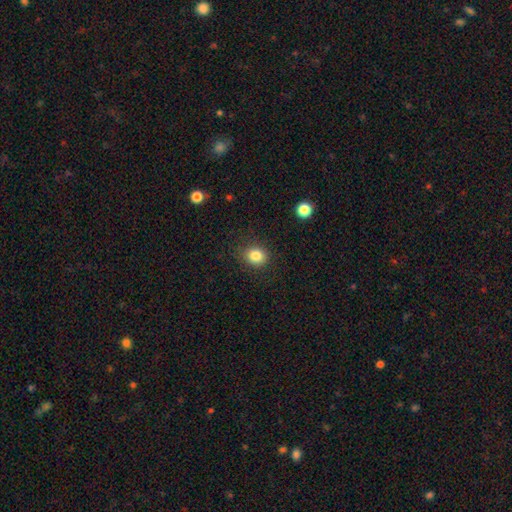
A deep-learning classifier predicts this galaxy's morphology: smooth-or-featured: smooth: 83% | star or artifact: 11% | featured or disk: 6%
  how-rounded: round: 72% | in between: 27% | cigar-shaped: 1%
  merging: none: 86% | minor disturbance: 9% | major disturbance: 3% | merger: 1%